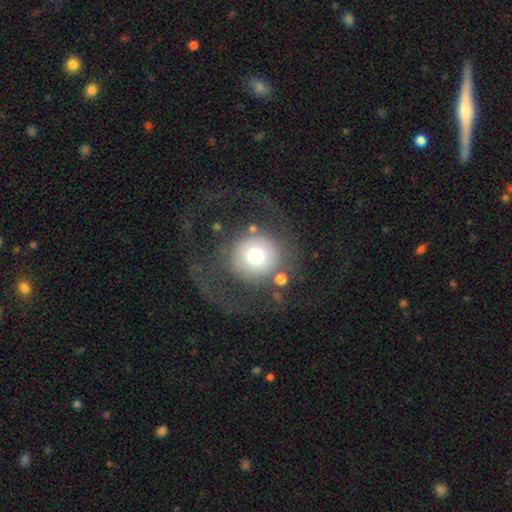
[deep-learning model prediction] This is possibly a smooth galaxy (56%). How rounded: clearly round (92%). Merging: possibly none (49%).